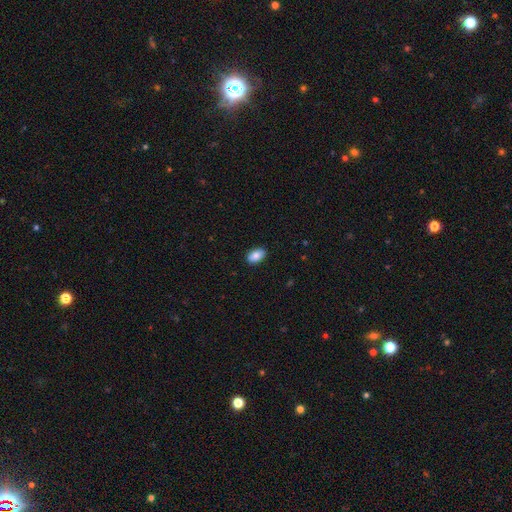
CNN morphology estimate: A smooth galaxy with no disk features (86%) that is in between round and cigar-shaped (91%).

Vote fractions:
- Smooth or featured? smooth: 86% / star or artifact: 7% / featured or disk: 6%
- How rounded? in between: 91% / round: 7% / cigar-shaped: 2%
- Merging? none: 88% / minor disturbance: 9% / major disturbance: 2% / merger: 1%